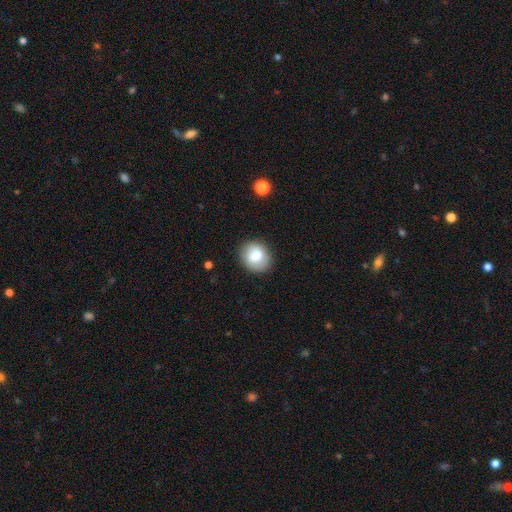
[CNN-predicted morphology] smooth-or-featured: smooth: 76% | featured or disk: 16% | star or artifact: 8%
  how-rounded: round: 69% | in between: 30% | cigar-shaped: 1%
  merging: none: 86% | minor disturbance: 10% | major disturbance: 3% | merger: 1%